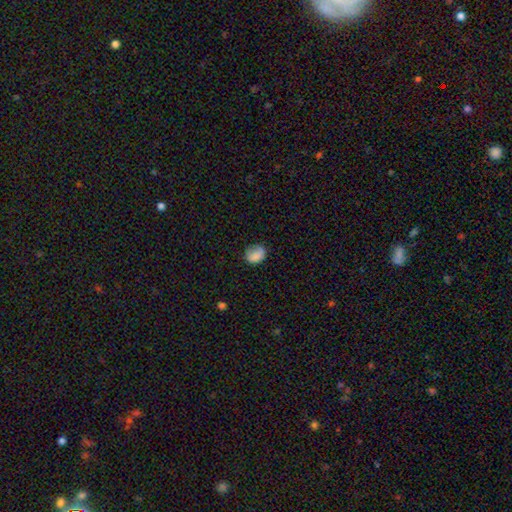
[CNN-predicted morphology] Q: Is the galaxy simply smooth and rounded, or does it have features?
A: smooth — 83%.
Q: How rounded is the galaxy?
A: in between — 50%.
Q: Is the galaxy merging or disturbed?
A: none — 66%.